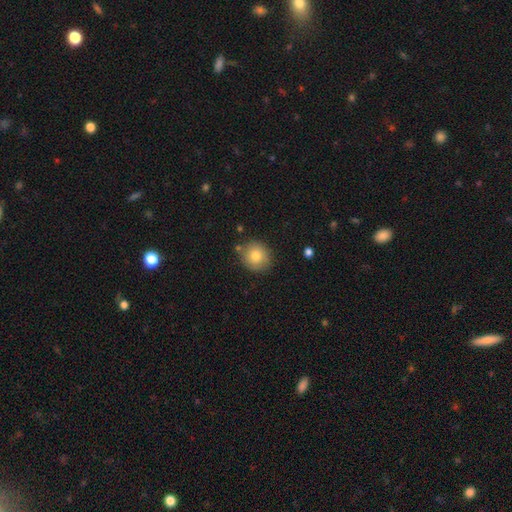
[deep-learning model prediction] Overall: smooth (80%). How rounded: round (86%). Merging: none (82%).